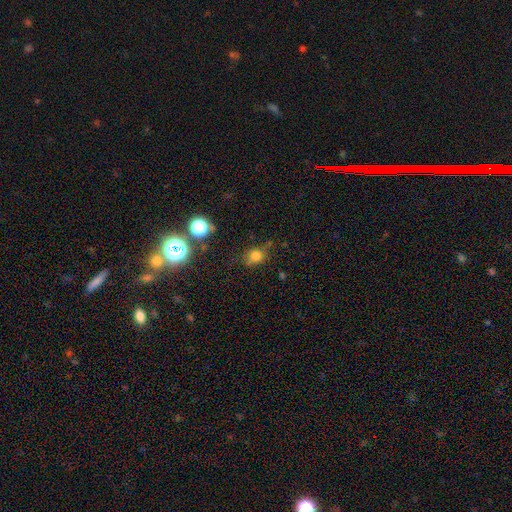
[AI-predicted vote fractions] Smooth or featured? Predicted: smooth (p=0.71). How rounded? Predicted: round (p=0.67). Merging? Predicted: none (p=0.65).